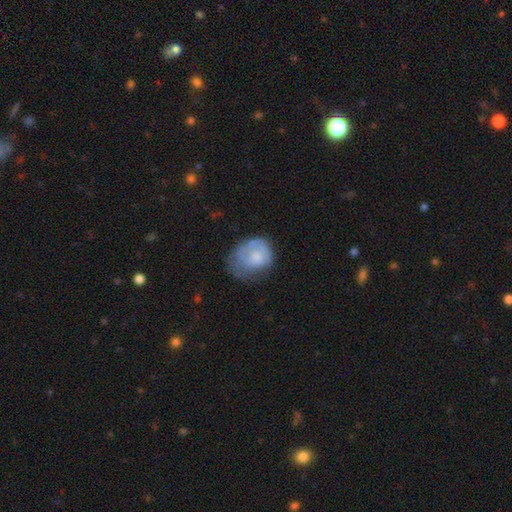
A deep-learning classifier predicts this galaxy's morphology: This is possibly a smooth galaxy (59%). How rounded: possibly round (56%). Merging: marginally none (36%).